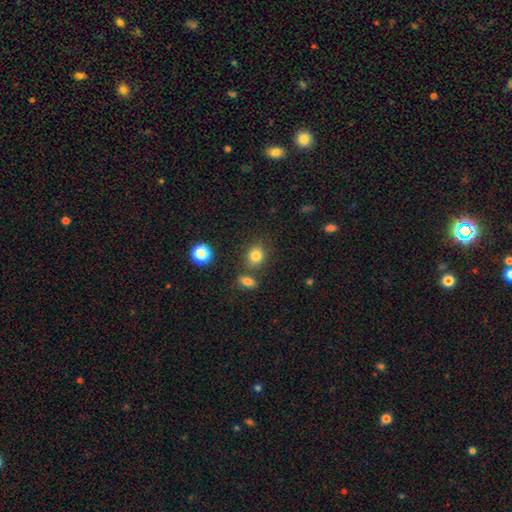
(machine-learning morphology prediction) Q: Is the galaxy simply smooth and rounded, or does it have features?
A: smooth — 82%.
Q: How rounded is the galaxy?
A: round — 63%.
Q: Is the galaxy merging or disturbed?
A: none — 73%.